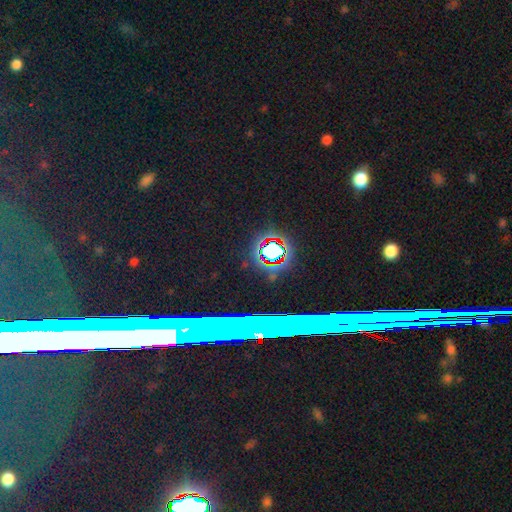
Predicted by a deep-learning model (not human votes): smooth_or_featured: star or artifact (p=0.72) [alt: featured or disk p=0.16]